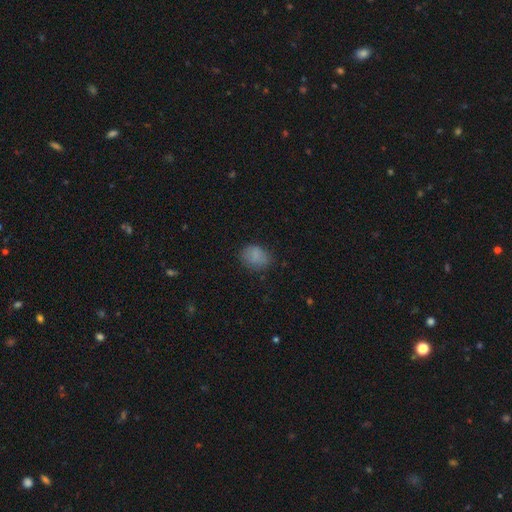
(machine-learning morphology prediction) Smooth or featured? smooth (81%)
How rounded? in between (51%)
Merging? none (73%)